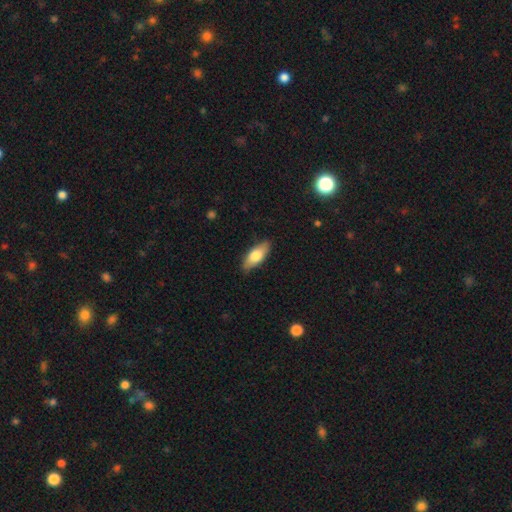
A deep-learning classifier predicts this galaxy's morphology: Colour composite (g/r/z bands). It shows a smooth galaxy with no disk features (72%) that is in between round and cigar-shaped (77%). Merging: none (84%).